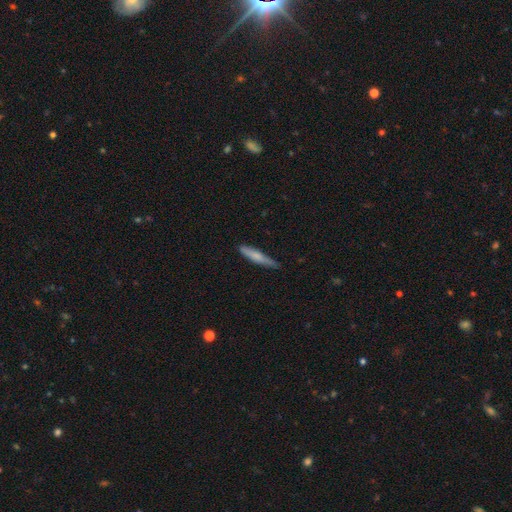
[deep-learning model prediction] A smooth galaxy with no disk features (68%) that is cigar-shaped (91%). Merging: none (77%).